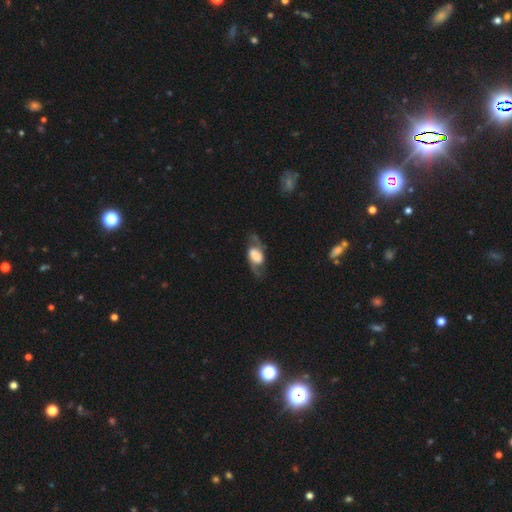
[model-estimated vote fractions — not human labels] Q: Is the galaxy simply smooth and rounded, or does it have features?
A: featured or disk — 64%.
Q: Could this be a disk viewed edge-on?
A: no — 86%.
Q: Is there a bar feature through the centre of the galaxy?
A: no — 44%.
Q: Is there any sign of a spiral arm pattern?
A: yes — 80%.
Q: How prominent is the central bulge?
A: large — 43%.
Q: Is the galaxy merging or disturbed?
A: none — 66%.